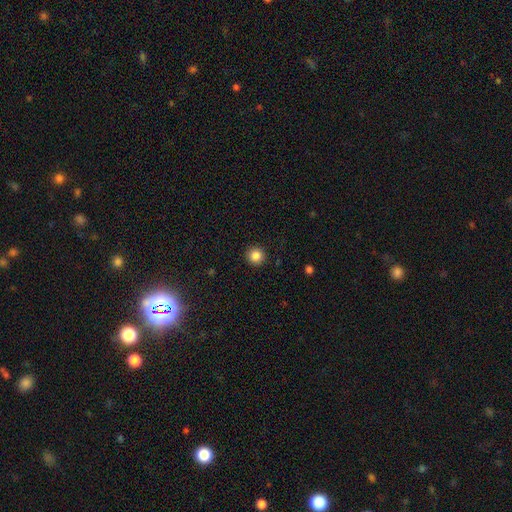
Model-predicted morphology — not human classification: Smooth or featured? Predicted: smooth (p=0.85). How rounded? Predicted: round (p=0.95). Merging? Predicted: none (p=0.92).